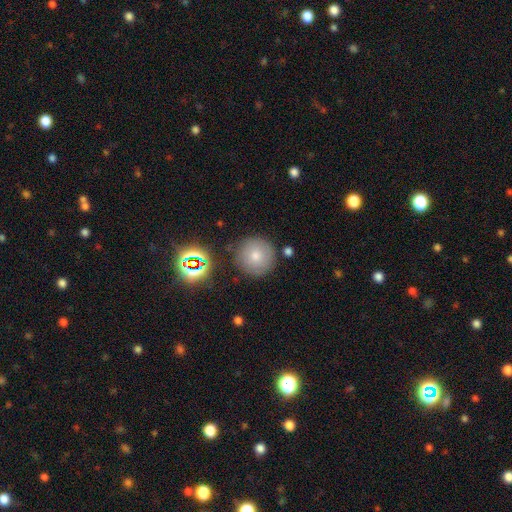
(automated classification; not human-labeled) Overall: smooth (74%). How rounded: round (96%). Merging: none (83%).